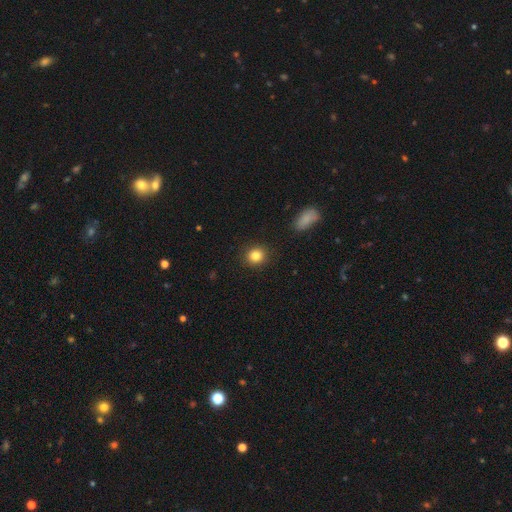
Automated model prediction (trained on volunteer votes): smooth-or-featured: smooth: 84% | star or artifact: 10% | featured or disk: 6%
  how-rounded: round: 85% | in between: 14% | cigar-shaped: 1%
  merging: none: 91% | minor disturbance: 6% | major disturbance: 2% | merger: 1%